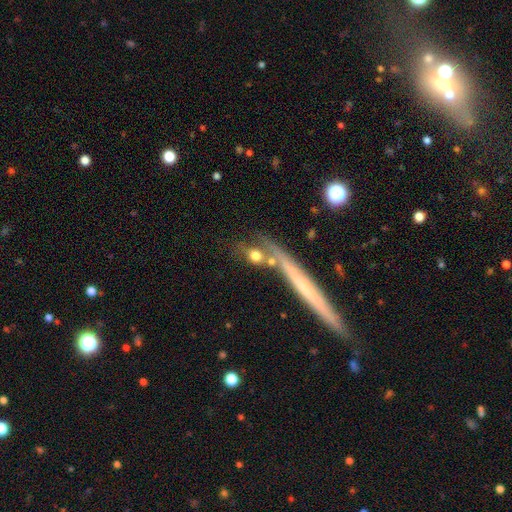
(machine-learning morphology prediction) The model was most divided on "merging": none: 50%, merger: 26%, minor disturbance: 14%, major disturbance: 10%. More confident: smooth or featured — smooth (62%); how rounded — round (60%).